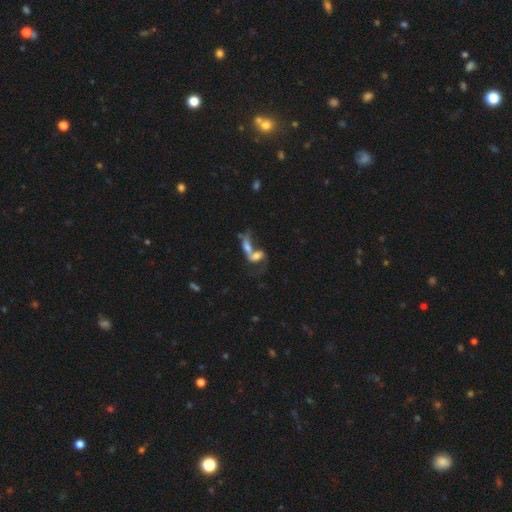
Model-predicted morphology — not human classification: The model was most divided on "smooth or featured": featured or disk: 45%, smooth: 43%, star or artifact: 12%. More confident: merging — merger (74%).